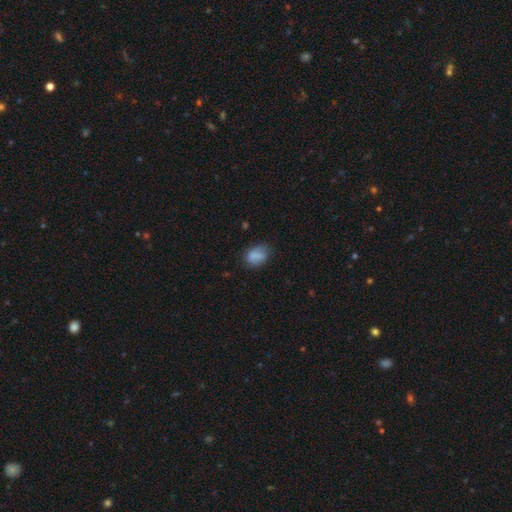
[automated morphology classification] Overall: smooth (82%). How rounded: in between (77%). Merging: none (67%).